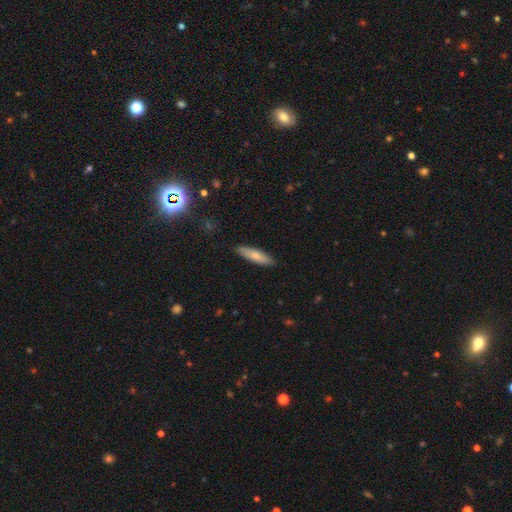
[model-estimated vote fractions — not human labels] Q: Smooth or featured?
A: smooth (76%); runner-up: featured or disk (18%)
Q: How rounded?
A: cigar-shaped (68%); runner-up: in between (30%)
Q: Merging?
A: none (88%); runner-up: minor disturbance (9%)